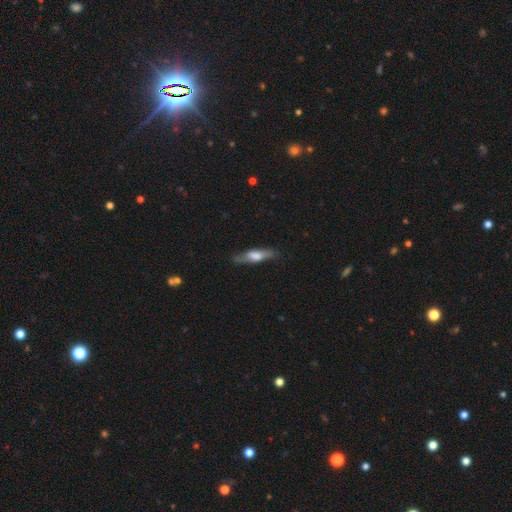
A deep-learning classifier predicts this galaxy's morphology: type=smooth (52%); roundness=cigar-shaped (69%); merging=none (76%).